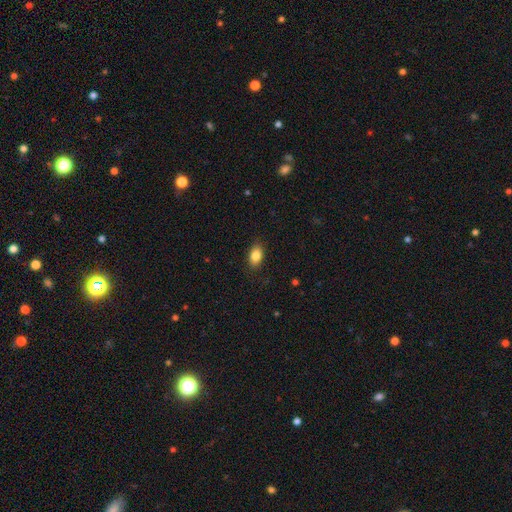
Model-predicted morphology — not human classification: Smooth or featured? Predicted: smooth (p=0.85). How rounded? Predicted: in between (p=0.89). Merging? Predicted: none (p=0.87).